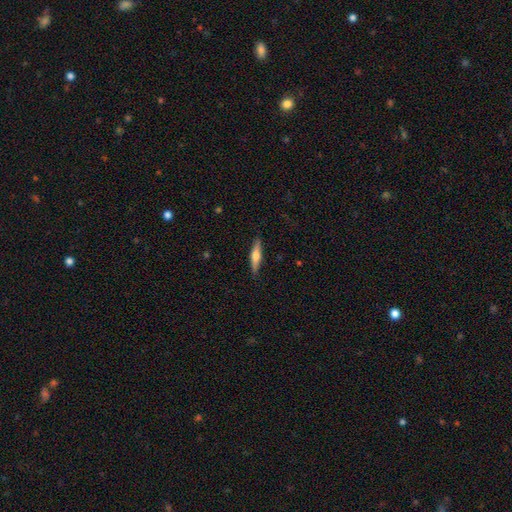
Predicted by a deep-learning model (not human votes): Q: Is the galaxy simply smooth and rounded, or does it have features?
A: featured or disk — 52%.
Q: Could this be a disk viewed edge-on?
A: yes — 96%.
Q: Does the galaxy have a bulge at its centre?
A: rounded — 89%.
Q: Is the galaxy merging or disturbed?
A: none — 89%.